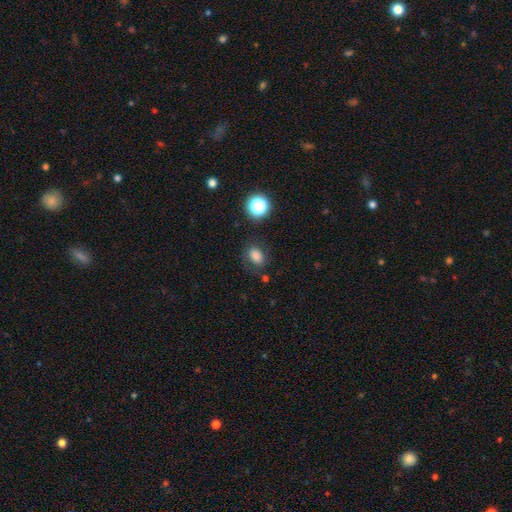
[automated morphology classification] A smooth galaxy with no disk features (80%) that is in between round and cigar-shaped (71%). Merging: none (77%).